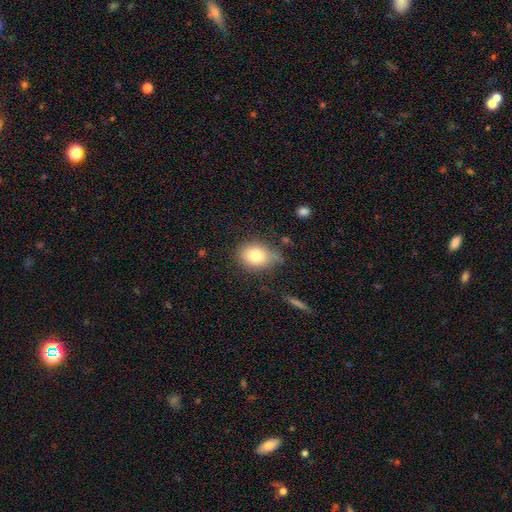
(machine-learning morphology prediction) smooth 78%, featured or disk 12%, star or artifact 10%. Down the decision tree: how rounded — in between (59%); merging — none (64%).